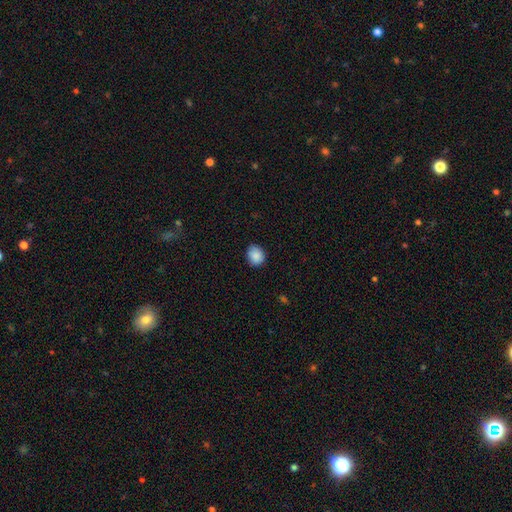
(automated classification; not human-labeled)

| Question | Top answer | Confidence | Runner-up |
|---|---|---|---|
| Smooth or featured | smooth | 88% | star or artifact (8%) |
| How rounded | round | 62% | in between (37%) |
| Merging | none | 79% | minor disturbance (17%) |